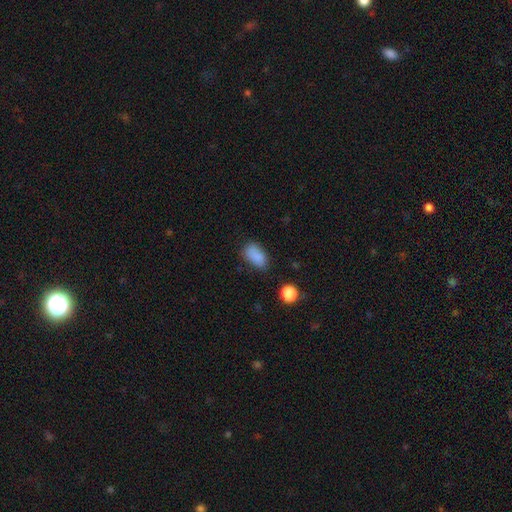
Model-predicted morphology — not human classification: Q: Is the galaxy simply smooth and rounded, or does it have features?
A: smooth — 85%.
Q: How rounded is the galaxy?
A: in between — 90%.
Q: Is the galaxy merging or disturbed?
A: none — 66%.